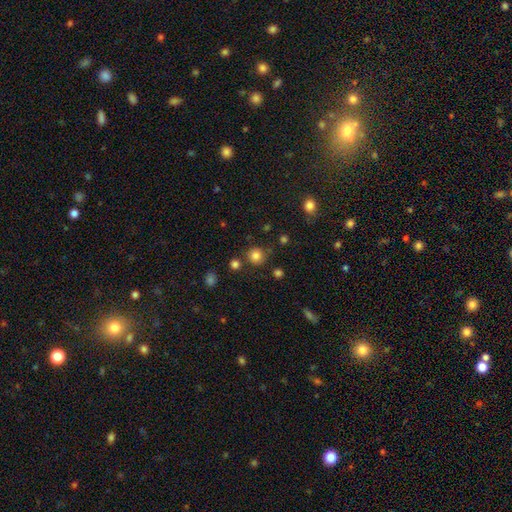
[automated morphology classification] smooth 82%, star or artifact 13%, featured or disk 5%. Down the decision tree: how rounded — round (92%); merging — none (81%).